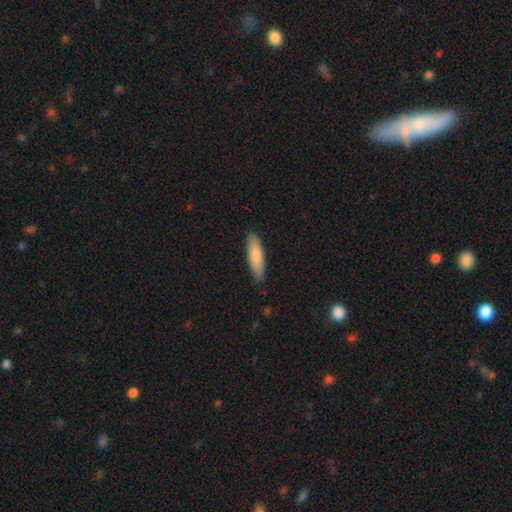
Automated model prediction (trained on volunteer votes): This appears to be a smooth galaxy with no disk features (82%) that is cigar-shaped (61%). Merging: none (87%).